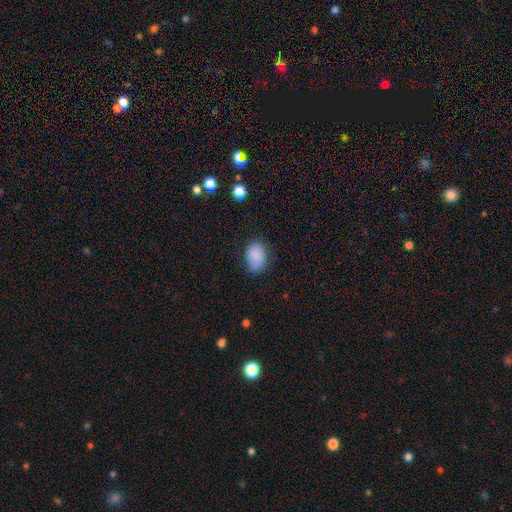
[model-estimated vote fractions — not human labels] smooth 84%, star or artifact 8%, featured or disk 8%. Down the decision tree: how rounded — in between (74%); merging — none (66%).